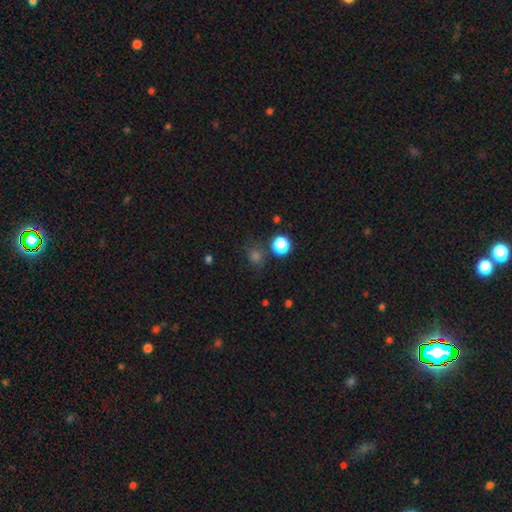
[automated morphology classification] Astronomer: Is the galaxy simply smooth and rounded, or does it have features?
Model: smooth — 68%.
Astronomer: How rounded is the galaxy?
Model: round — 85%.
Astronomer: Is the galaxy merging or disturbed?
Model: none — 76%.